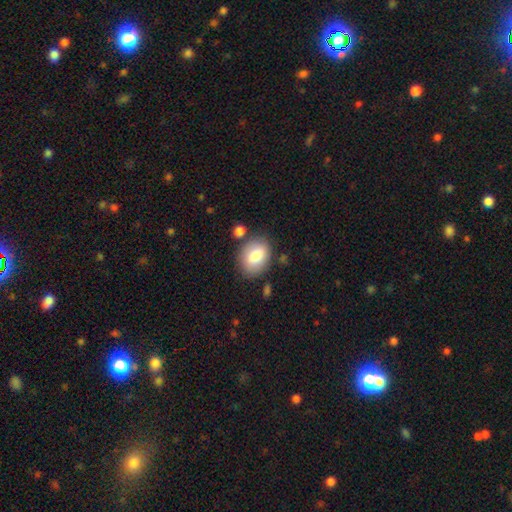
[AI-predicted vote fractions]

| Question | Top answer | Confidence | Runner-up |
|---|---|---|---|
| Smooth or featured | smooth | 79% | featured or disk (14%) |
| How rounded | in between | 69% | round (30%) |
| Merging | none | 77% | minor disturbance (14%) |